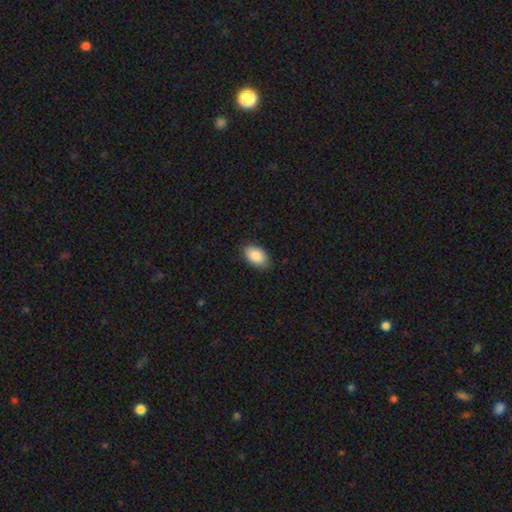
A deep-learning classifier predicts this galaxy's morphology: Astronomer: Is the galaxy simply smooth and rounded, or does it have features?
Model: smooth — 88%.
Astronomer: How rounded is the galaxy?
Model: in between — 93%.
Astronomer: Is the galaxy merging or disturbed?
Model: none — 85%.